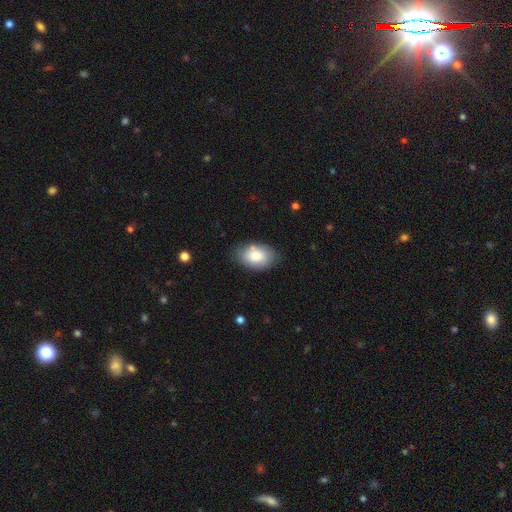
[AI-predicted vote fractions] A smooth galaxy with no disk features (83%) that is in between round and cigar-shaped (91%). Merging: none (77%).